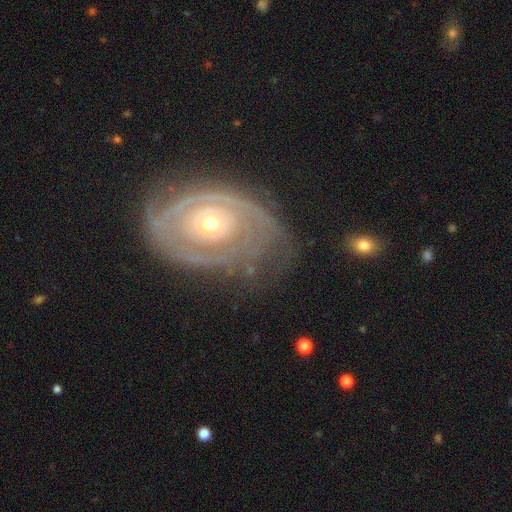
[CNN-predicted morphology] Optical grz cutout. It shows a featured or disk galaxy (84%) with no bar (76%), tight (75%) spiral arms (85%) and a small central bulge (55%). Merging: none (69%).